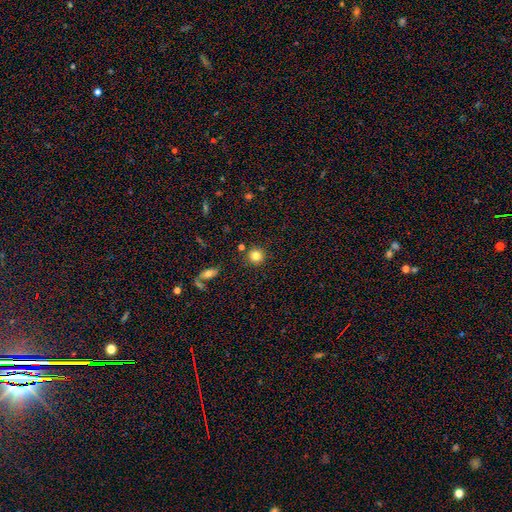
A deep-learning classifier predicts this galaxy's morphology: Smooth or featured?
  - smooth: 82% *
  - star or artifact: 11%
  - featured or disk: 7%
How rounded?
  - round: 92% *
  - in between: 7%
  - cigar-shaped: 1%
Merging?
  - none: 87% *
  - minor disturbance: 7%
  - merger: 4%
  - major disturbance: 2%